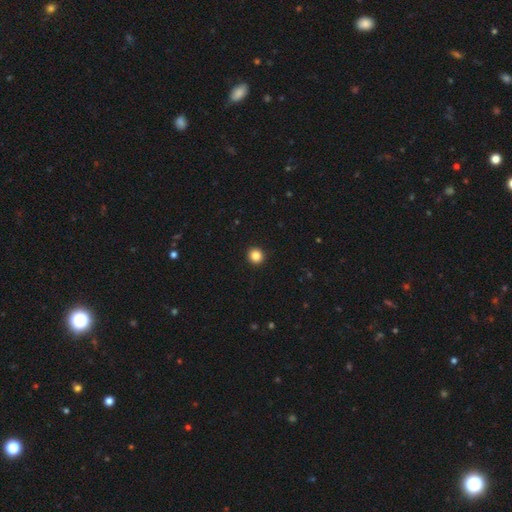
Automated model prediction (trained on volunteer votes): Smooth or featured? Predicted: smooth (p=0.85). How rounded? Predicted: round (p=0.94). Merging? Predicted: none (p=0.94).